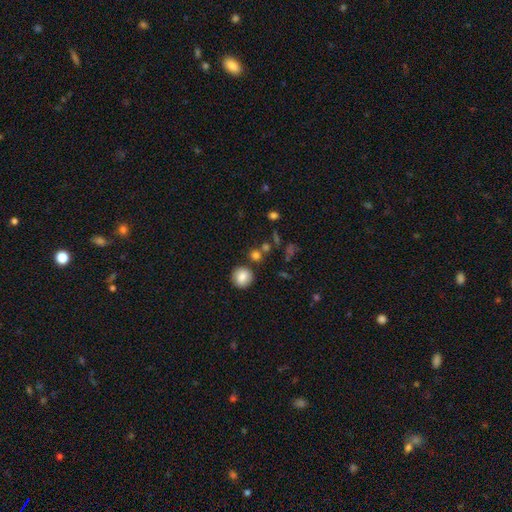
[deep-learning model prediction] Q: Smooth or featured?
A: smooth (73%); runner-up: star or artifact (17%)
Q: How rounded?
A: round (85%); runner-up: in between (13%)
Q: Merging?
A: none (79%); runner-up: minor disturbance (9%)